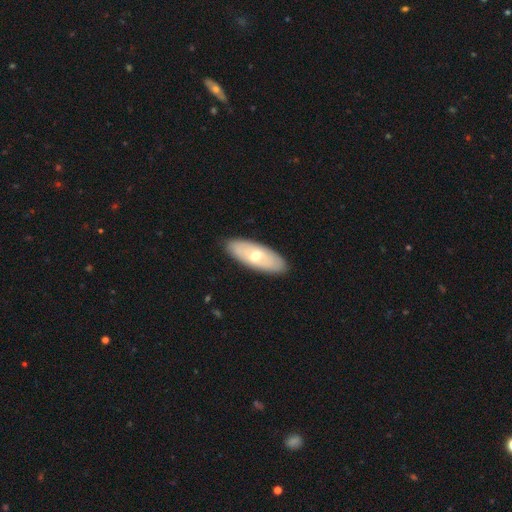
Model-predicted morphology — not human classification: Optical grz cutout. It shows a smooth galaxy with no disk features (52%) that is in between round and cigar-shaped (77%). Merging: none (88%).